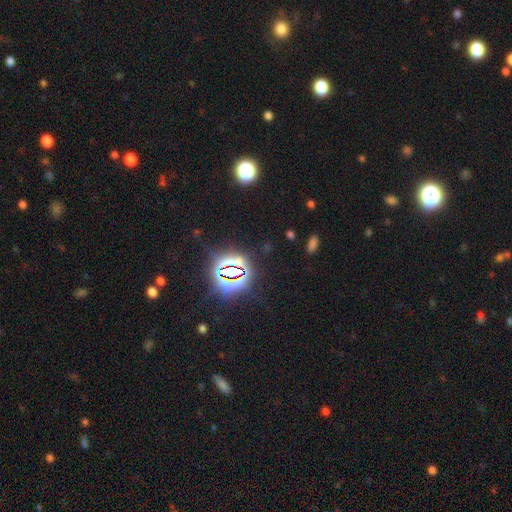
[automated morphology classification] A star or artifact, not a galaxy (83%).